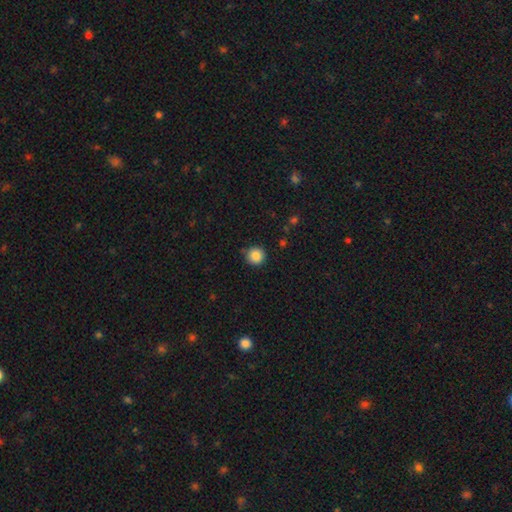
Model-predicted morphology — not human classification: Q: Smooth or featured?
A: smooth (86%); runner-up: star or artifact (10%)
Q: How rounded?
A: round (95%); runner-up: in between (4%)
Q: Merging?
A: none (88%); runner-up: minor disturbance (8%)